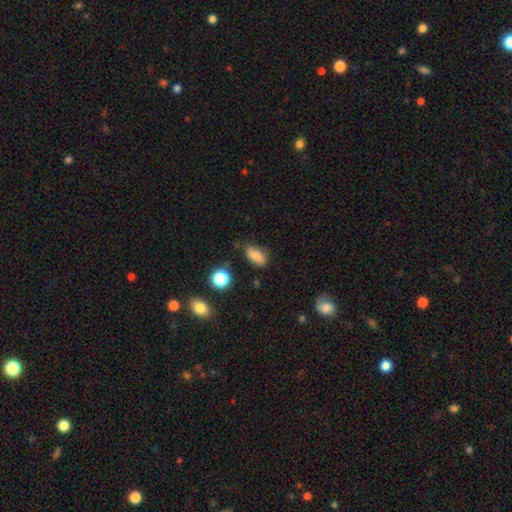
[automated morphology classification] A smooth galaxy with no disk features (82%) that is in between round and cigar-shaped (86%). Merging: none (73%).